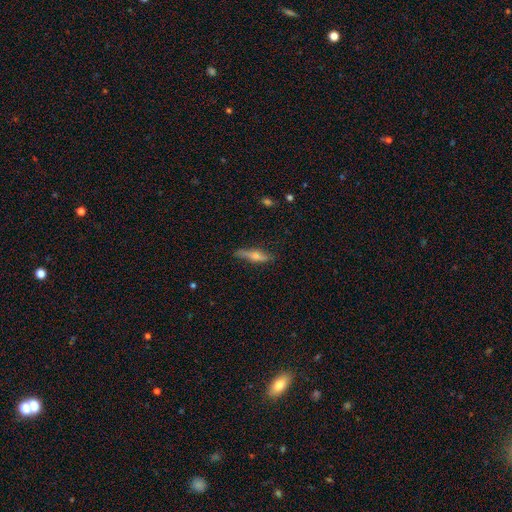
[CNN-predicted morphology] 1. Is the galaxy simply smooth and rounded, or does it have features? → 54% featured or disk, 38% smooth, 8% star or artifact.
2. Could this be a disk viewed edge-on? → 86% yes, 14% no.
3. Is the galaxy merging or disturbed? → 76% none, 18% minor disturbance, 4% major disturbance, 2% merger.